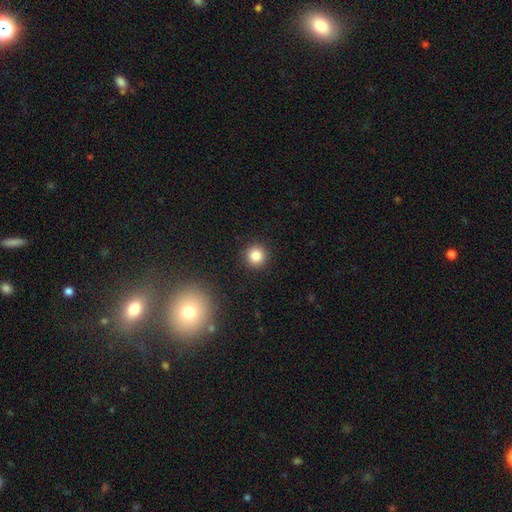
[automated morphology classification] The model was most divided on "smooth or featured": smooth: 84%, star or artifact: 11%, featured or disk: 5%. More confident: how rounded — round (94%); merging — none (92%).